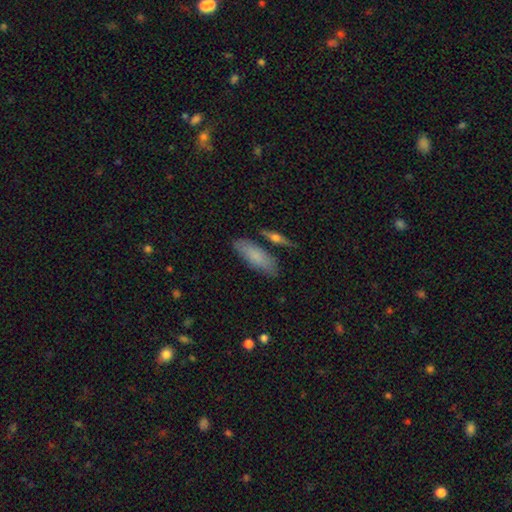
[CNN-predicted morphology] Overall: smooth (77%). How rounded: in between (63%; cigar-shaped 35%). Merging: none (75%).